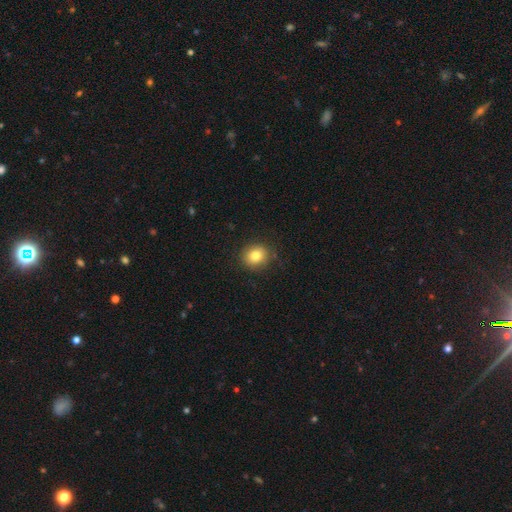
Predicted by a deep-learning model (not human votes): Smooth or featured?
  - smooth: 81% *
  - star or artifact: 11%
  - featured or disk: 9%
How rounded?
  - round: 79% *
  - in between: 21%
  - cigar-shaped: 1%
Merging?
  - none: 88% *
  - minor disturbance: 8%
  - major disturbance: 2%
  - merger: 1%